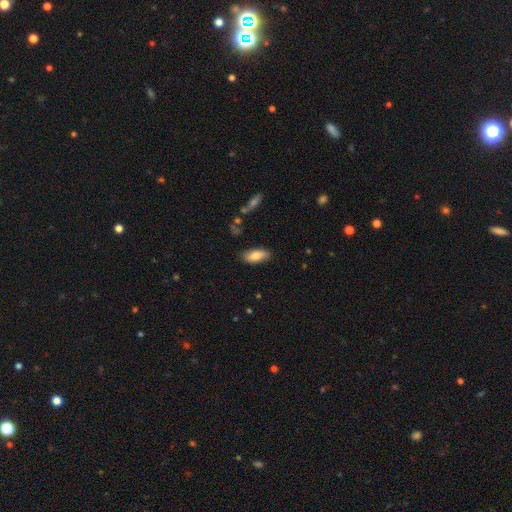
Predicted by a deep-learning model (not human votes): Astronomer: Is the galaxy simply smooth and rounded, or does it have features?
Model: smooth — 79%.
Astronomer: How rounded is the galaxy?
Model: in between — 84%.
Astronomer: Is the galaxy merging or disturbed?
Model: none — 84%.